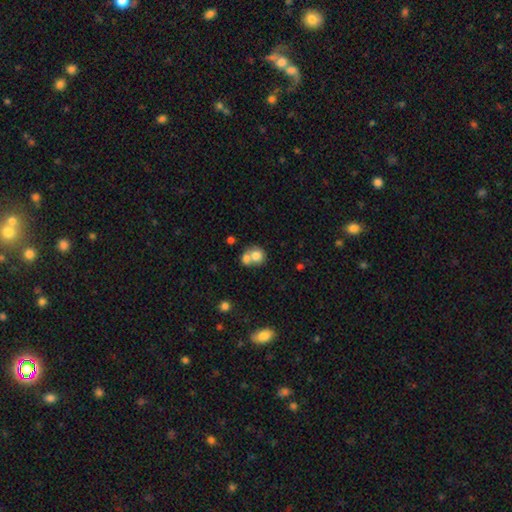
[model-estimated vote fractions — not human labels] smooth-or-featured: smooth: 75% | featured or disk: 16% | star or artifact: 9%
  how-rounded: round: 78% | in between: 22% | cigar-shaped: 1%
  merging: merger: 59% | none: 31% | minor disturbance: 7% | major disturbance: 3%